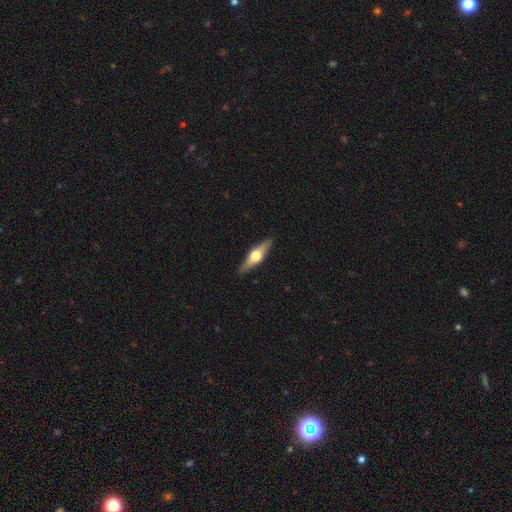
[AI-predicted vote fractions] Morphology: type=featured or disk (64%); edge-on=yes (95%); edge-on bulge=rounded (95%); merging=none (90%).